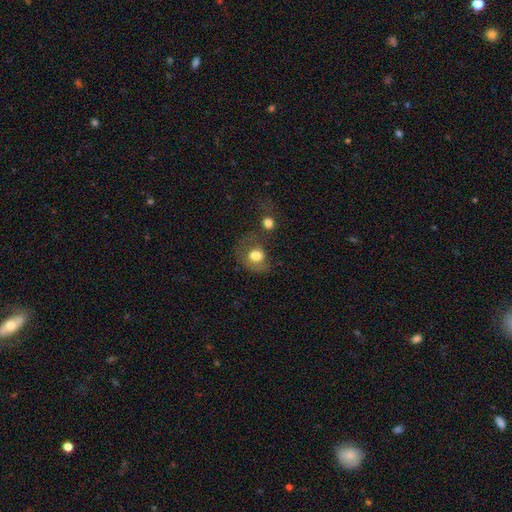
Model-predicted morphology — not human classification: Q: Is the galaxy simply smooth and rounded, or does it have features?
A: smooth — 75%.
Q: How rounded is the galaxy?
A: round — 53%.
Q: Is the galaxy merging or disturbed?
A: none — 37%.